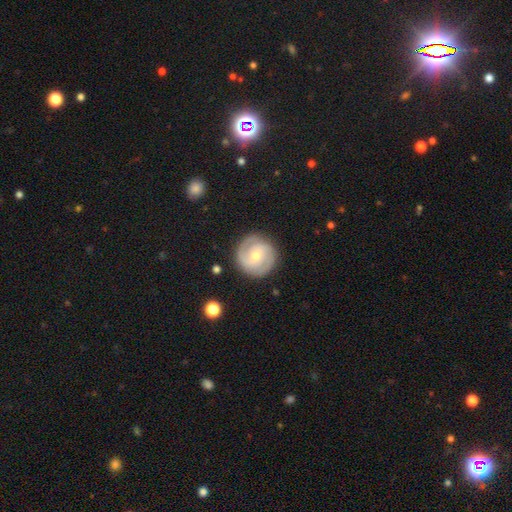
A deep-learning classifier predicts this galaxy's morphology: This appears to be a featured or disk galaxy (78%) with a weak bar (45%), 2 (78%) tight (56%) spiral arms (93%) and a moderate central bulge (51%). Merging: none (86%).